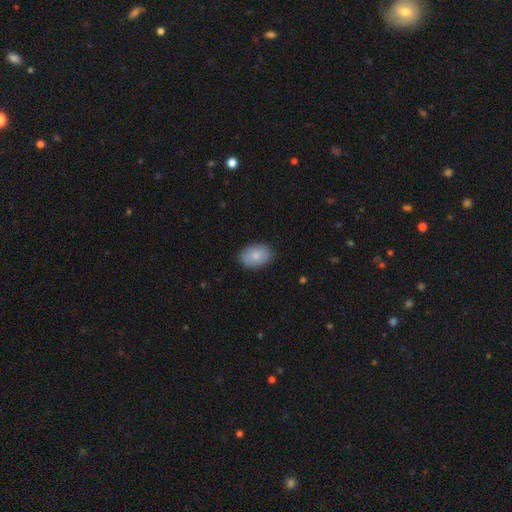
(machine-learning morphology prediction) A smooth galaxy with no disk features (84%) that is in between round and cigar-shaped (83%). Merging: none (86%).